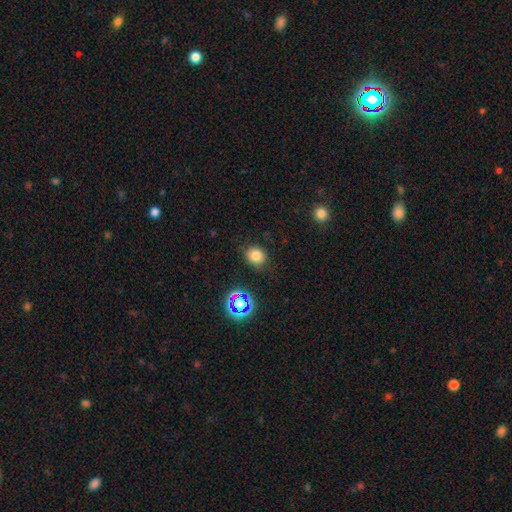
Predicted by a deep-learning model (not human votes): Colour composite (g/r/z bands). It shows a smooth galaxy with no disk features (76%) that is round (69%). Merging: none (81%).